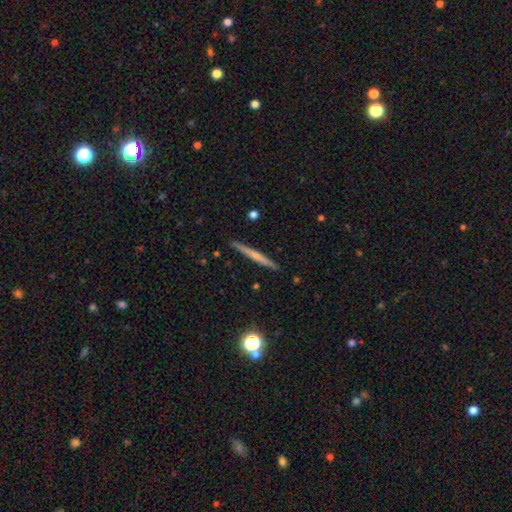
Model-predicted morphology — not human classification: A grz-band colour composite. It shows a featured or disk galaxy (50%). Merging: none (91%).